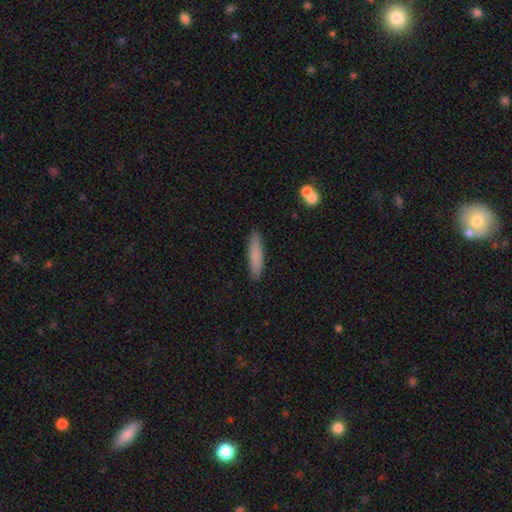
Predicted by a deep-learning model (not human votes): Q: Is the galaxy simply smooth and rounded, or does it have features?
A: smooth — 81%.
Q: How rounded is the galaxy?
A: cigar-shaped — 82%.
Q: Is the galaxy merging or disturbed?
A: none — 90%.